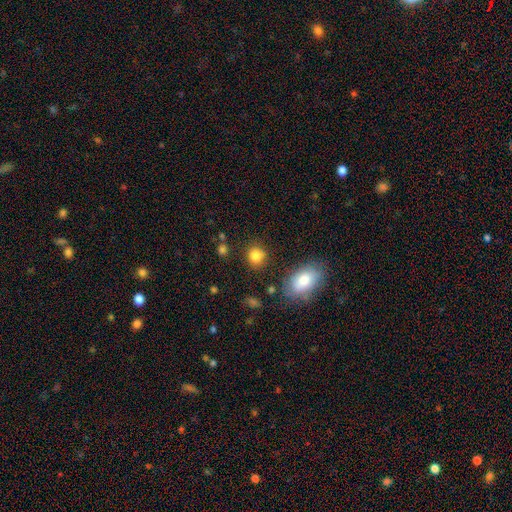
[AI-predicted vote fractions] smooth 84%, star or artifact 11%, featured or disk 6%. Down the decision tree: how rounded — round (74%); merging — none (78%).